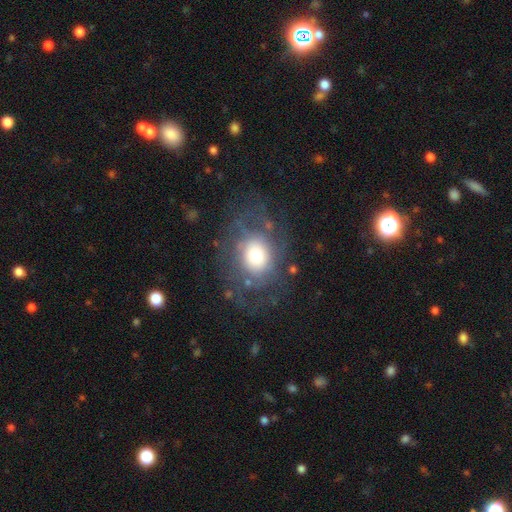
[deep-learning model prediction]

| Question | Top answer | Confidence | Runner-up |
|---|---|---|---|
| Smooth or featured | featured or disk | 49% | smooth (40%) |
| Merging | none | 59% | major disturbance (21%) |